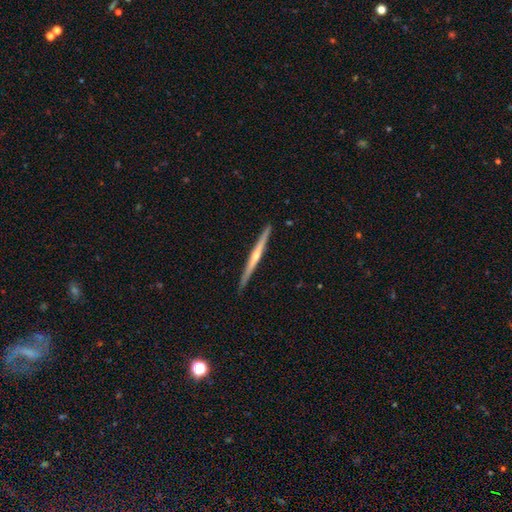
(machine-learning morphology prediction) Overall: featured or disk (73%). Edge-on disk: yes (98%). Edge-on bulge: rounded (66%; none 30%). Merging: none (91%).